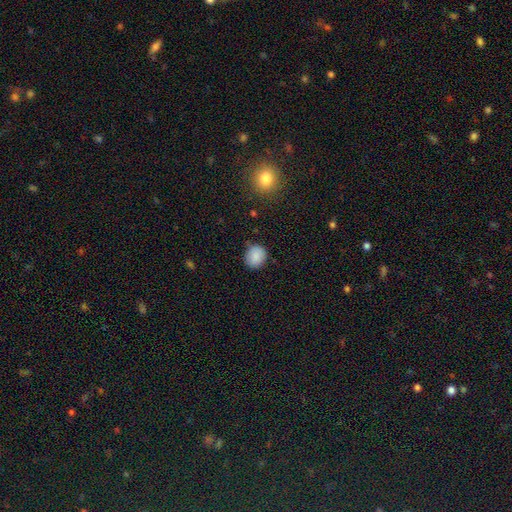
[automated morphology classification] smooth-or-featured: smooth: 86% | star or artifact: 9% | featured or disk: 5%
  how-rounded: round: 70% | in between: 29% | cigar-shaped: 1%
  merging: none: 78% | minor disturbance: 17% | major disturbance: 3% | merger: 2%